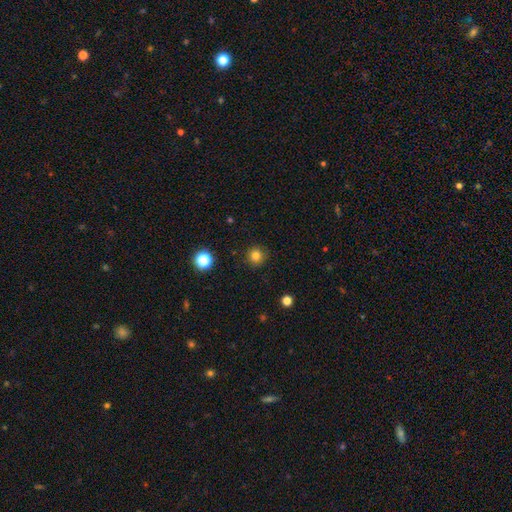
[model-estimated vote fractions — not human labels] Smooth or featured? smooth (81%)
How rounded? round (94%)
Merging? none (89%)